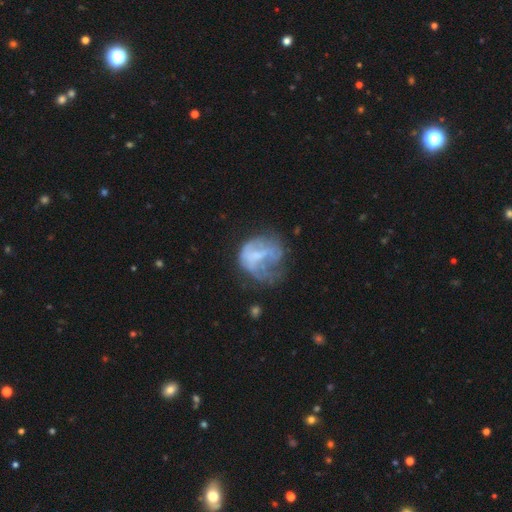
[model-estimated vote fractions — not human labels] Q: Smooth or featured?
A: featured or disk (53%); runner-up: smooth (37%)
Q: Edge-on disk?
A: no (98%); runner-up: yes (2%)
Q: Bar?
A: no (66%); runner-up: weak (26%)
Q: Spiral arms?
A: no (74%); runner-up: yes (26%)
Q: Bulge size?
A: none (50%); runner-up: small (25%)
Q: Merging?
A: major disturbance (39%); runner-up: none (33%)